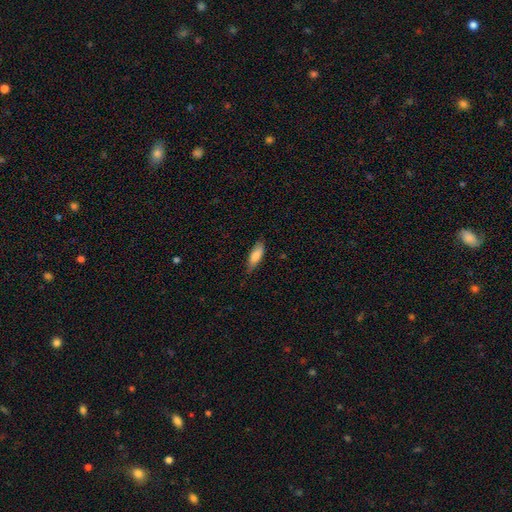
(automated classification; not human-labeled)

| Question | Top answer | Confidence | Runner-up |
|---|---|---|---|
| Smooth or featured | smooth | 78% | featured or disk (16%) |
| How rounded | in between | 57% | cigar-shaped (41%) |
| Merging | none | 70% | minor disturbance (25%) |